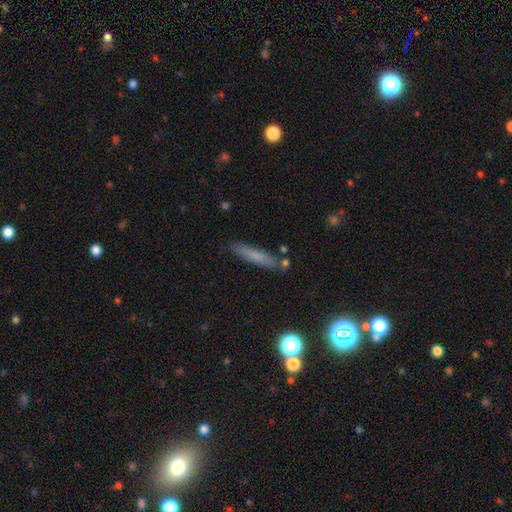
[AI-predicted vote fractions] This is likely a smooth galaxy (69%). How rounded: clearly cigar-shaped (87%). Merging: clearly none (82%).